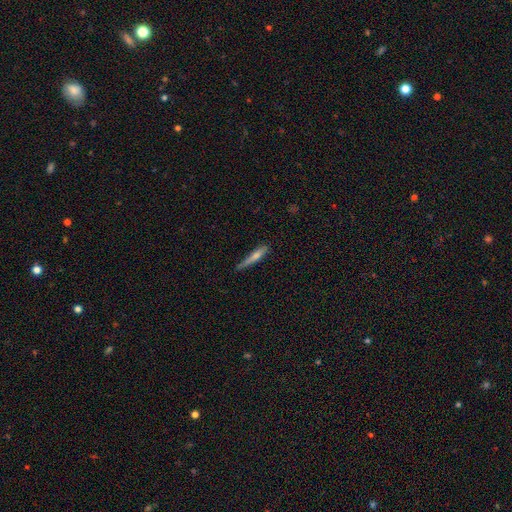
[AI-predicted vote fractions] Overall: featured or disk (49%; smooth 43%). Merging: none (77%).